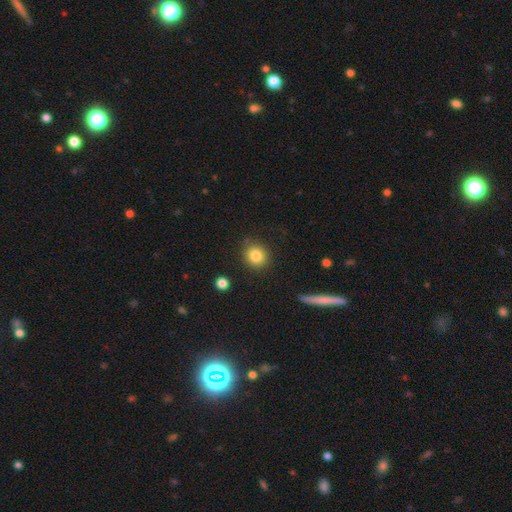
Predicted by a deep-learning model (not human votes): Overall: smooth (83%). How rounded: round (86%). Merging: none (87%).